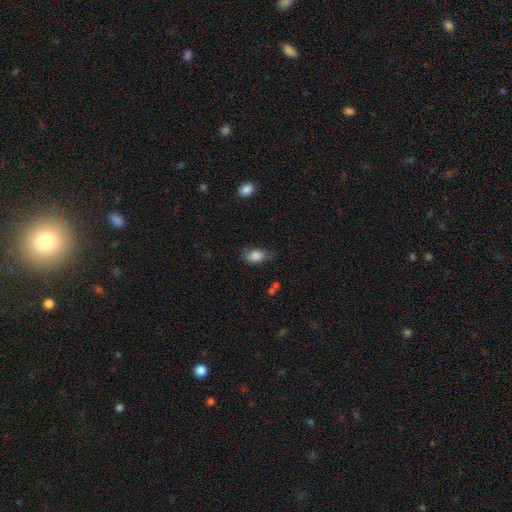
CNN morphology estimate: A smooth galaxy with no disk features (82%) that is in between round and cigar-shaped (87%).

Vote fractions:
- Smooth or featured? smooth: 82% / featured or disk: 11% / star or artifact: 8%
- How rounded? in between: 87% / round: 8% / cigar-shaped: 4%
- Merging? none: 56% / minor disturbance: 32% / major disturbance: 10% / merger: 2%